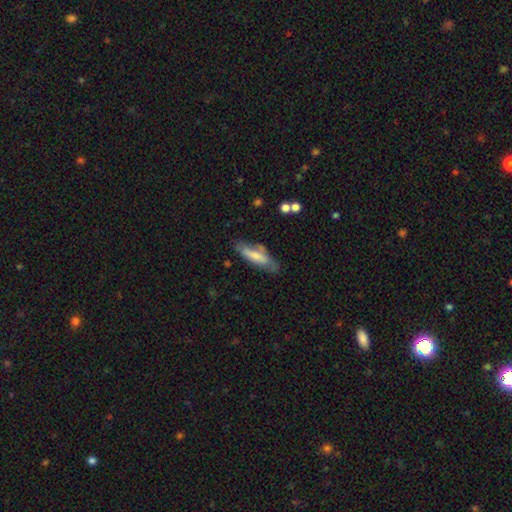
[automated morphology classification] Overall: smooth (61%; featured or disk 32%). How rounded: cigar-shaped (56%; in between 42%). Merging: none (61%; minor disturbance 26%).